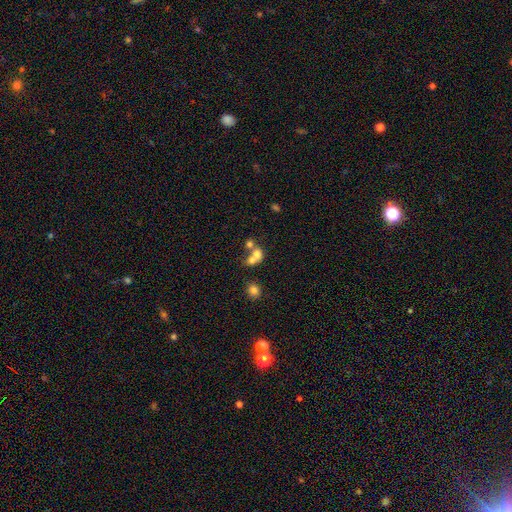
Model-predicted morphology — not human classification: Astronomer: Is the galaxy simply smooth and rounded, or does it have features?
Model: smooth — 67%.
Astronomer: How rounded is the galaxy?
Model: round — 67%.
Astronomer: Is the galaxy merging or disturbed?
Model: merger — 62%.